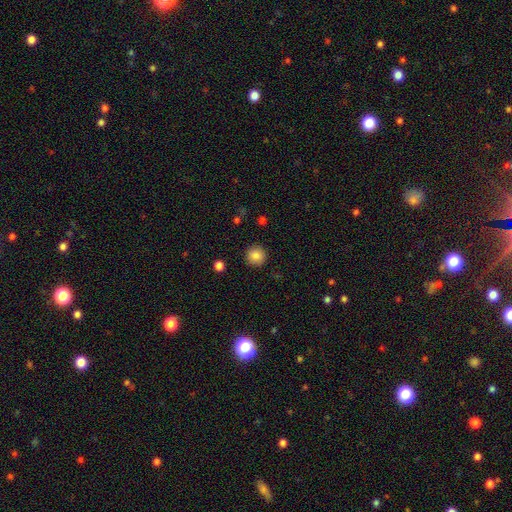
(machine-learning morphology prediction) A smooth galaxy with no disk features (86%) that is round (94%).

Vote fractions:
- Smooth or featured? smooth: 86% / star or artifact: 10% / featured or disk: 5%
- How rounded? round: 94% / in between: 5% / cigar-shaped: 1%
- Merging? none: 92% / minor disturbance: 5% / major disturbance: 2% / merger: 1%